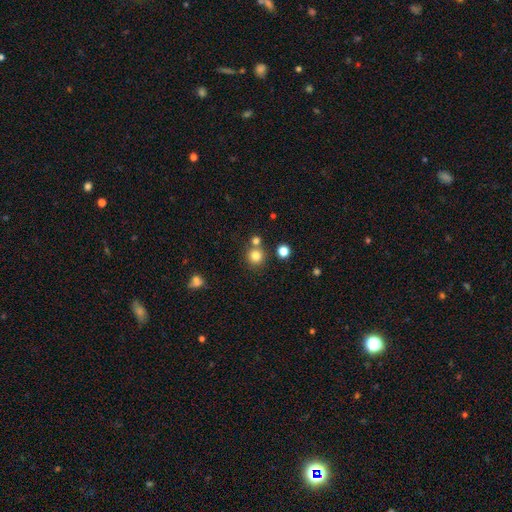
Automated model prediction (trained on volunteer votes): Smooth or featured? smooth (80%)
How rounded? round (92%)
Merging? none (71%)